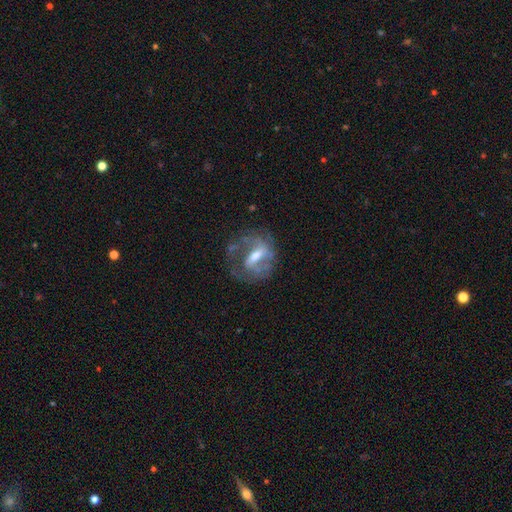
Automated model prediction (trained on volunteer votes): smooth-or-featured: featured or disk: 75% | smooth: 18% | star or artifact: 7%
  disk-edge-on: no: 95% | yes: 5%
    bar: weak: 45% | strong: 35% | no: 19%
    has-spiral-arms: yes: 77% | no: 23%
      spiral-winding: medium: 45% | tight: 29% | loose: 26%
      spiral-arm-count: 2: 50% | can't tell: 24% | 1: 15% | 3: 7% | 4: 2% | more than 4: 2%
    bulge-size: moderate: 58% | small: 29% | large: 9% | none: 3% | dominant: 1%
  merging: none: 52% | major disturbance: 24% | minor disturbance: 21% | merger: 3%